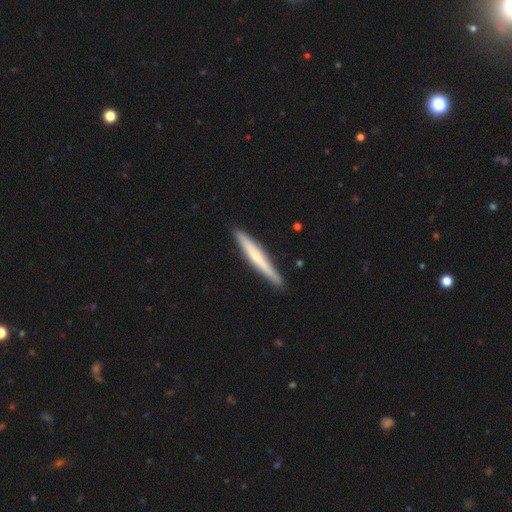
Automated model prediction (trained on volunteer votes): Smooth or featured? Predicted: smooth (p=0.49). Merging? Predicted: none (p=0.89).